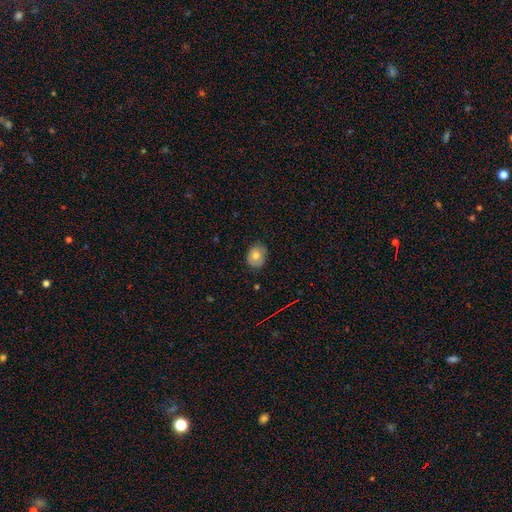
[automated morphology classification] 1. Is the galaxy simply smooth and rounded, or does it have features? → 73% smooth, 16% featured or disk, 11% star or artifact.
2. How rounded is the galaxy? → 59% round, 40% in between, 1% cigar-shaped.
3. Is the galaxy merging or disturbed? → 80% none, 16% minor disturbance, 3% major disturbance, 1% merger.